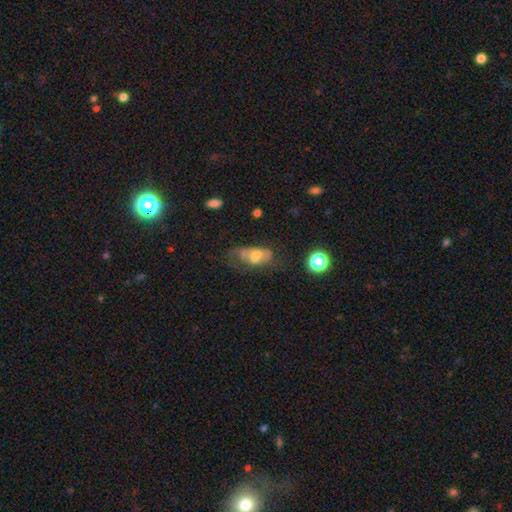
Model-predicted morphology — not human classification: Overall: smooth (45%; featured or disk 44%). Merging: none (34%, tied with major disturbance).